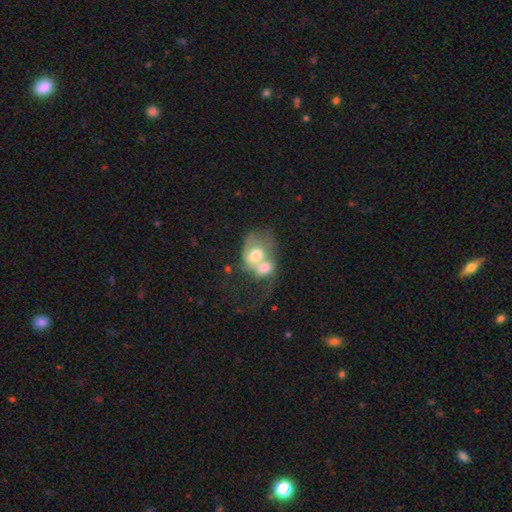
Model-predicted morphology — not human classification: This is possibly a smooth galaxy (52%). How rounded: possibly in between (58%). Merging: likely merger (77%).